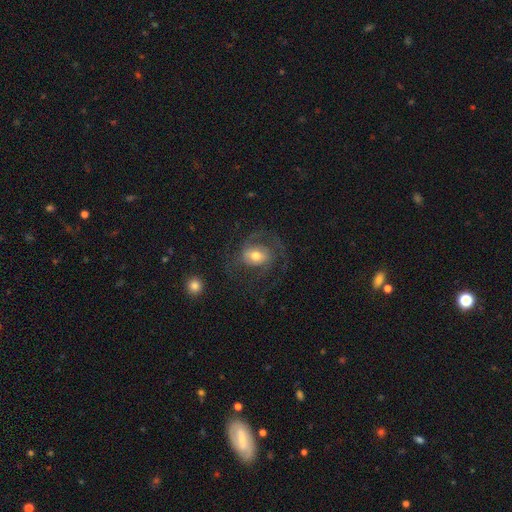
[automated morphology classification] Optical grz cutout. It shows a featured or disk galaxy (60%) with no bar (43%), spiral arms (80%) and a moderate central bulge (66%). Merging: none (53%).